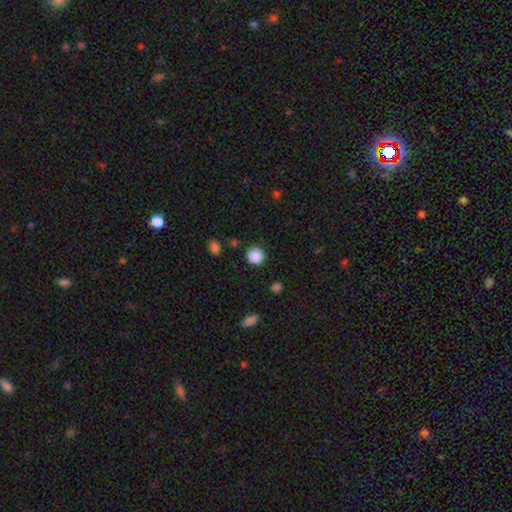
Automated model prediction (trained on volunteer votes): This appears to be a smooth galaxy with no disk features (87%) that is round (92%). Merging: none (88%).